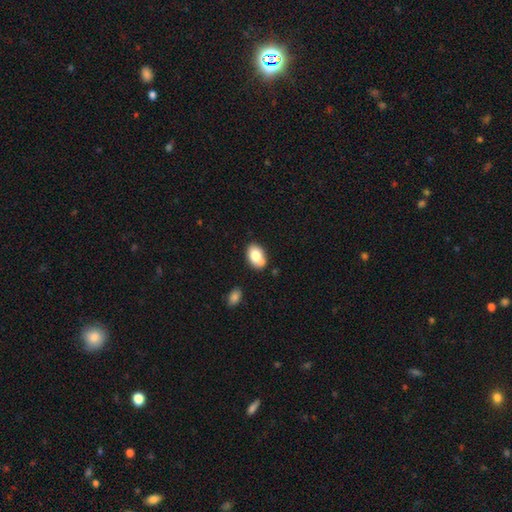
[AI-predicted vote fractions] Smooth or featured? Predicted: smooth (p=0.81). How rounded? Predicted: in between (p=0.88). Merging? Predicted: none (p=0.73).